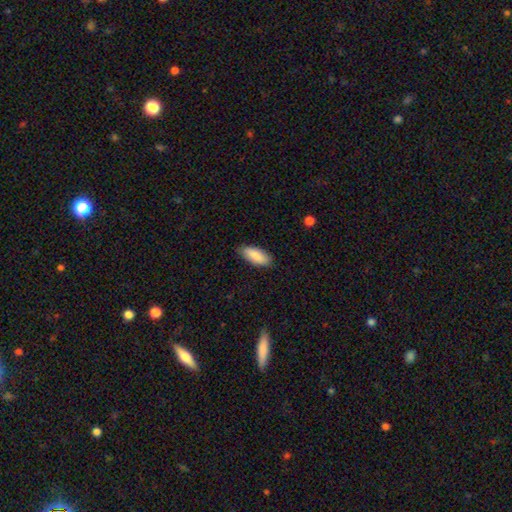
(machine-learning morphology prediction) Q: Smooth or featured?
A: smooth (85%); runner-up: featured or disk (9%)
Q: How rounded?
A: in between (84%); runner-up: cigar-shaped (14%)
Q: Merging?
A: none (84%); runner-up: minor disturbance (13%)